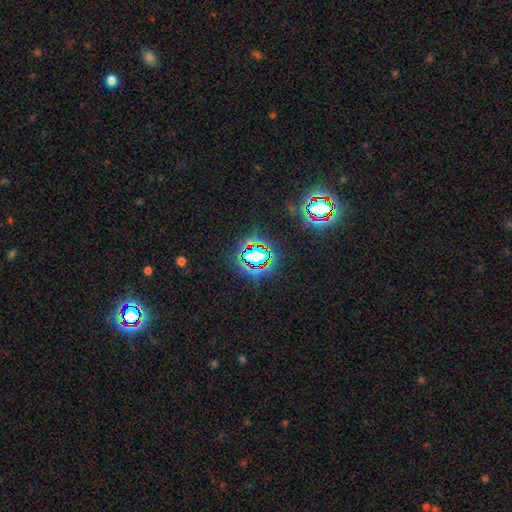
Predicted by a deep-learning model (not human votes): Morphology: type=star or artifact (69%).